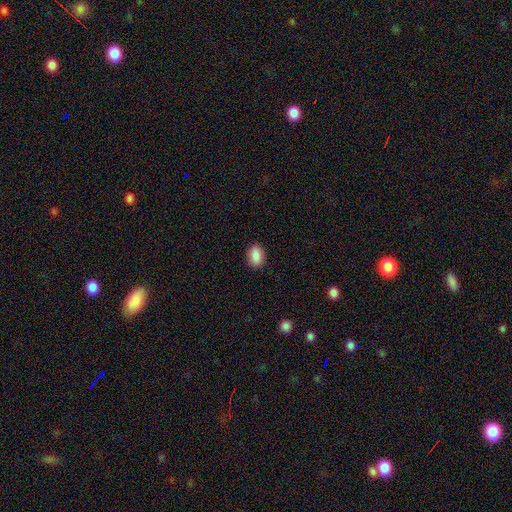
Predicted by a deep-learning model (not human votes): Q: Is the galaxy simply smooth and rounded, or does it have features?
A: smooth — 89%.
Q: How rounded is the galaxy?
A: in between — 83%.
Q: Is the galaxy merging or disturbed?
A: none — 89%.